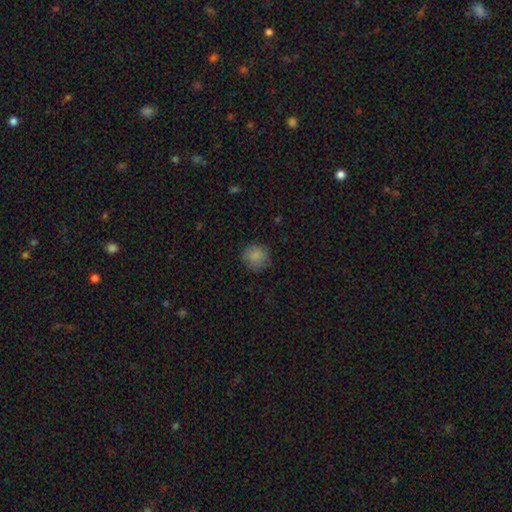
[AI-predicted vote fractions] Morphology: type=smooth (84%); roundness=round (91%); merging=none (82%).